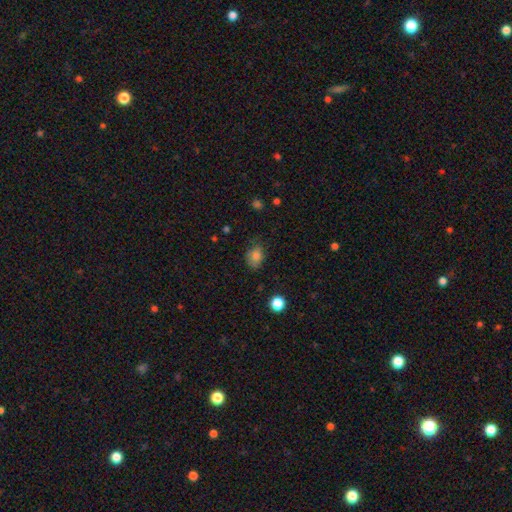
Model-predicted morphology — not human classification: smooth 81%, star or artifact 11%, featured or disk 7%. Down the decision tree: how rounded — in between (65%); merging — none (63%).